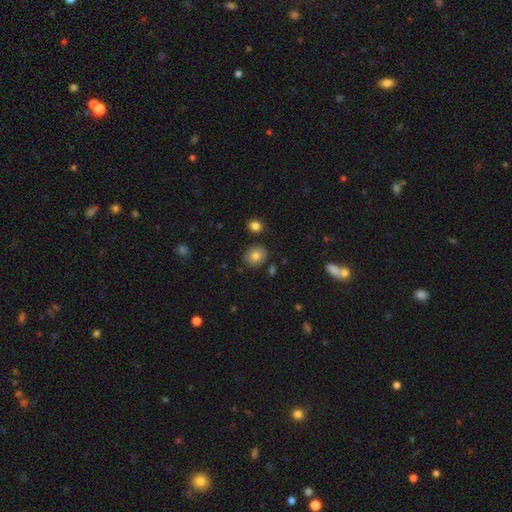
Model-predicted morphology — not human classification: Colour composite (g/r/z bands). It shows a smooth galaxy with no disk features (80%) that is round (74%). Merging: none (85%).